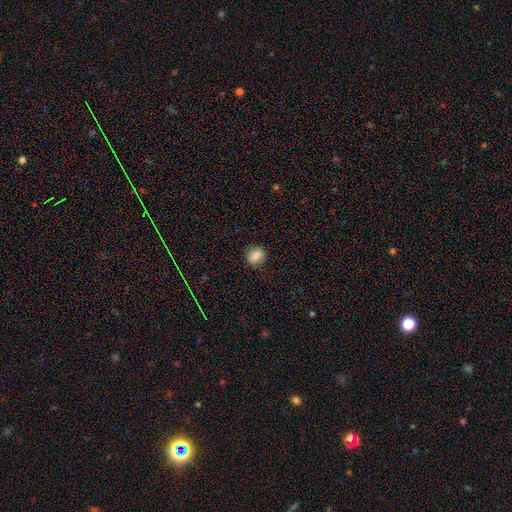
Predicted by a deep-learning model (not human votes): Smooth or featured: smooth — 72% (featured or disk — 18%)
How rounded: round — 71% (in between — 28%)
Merging: none — 81% (minor disturbance — 14%)